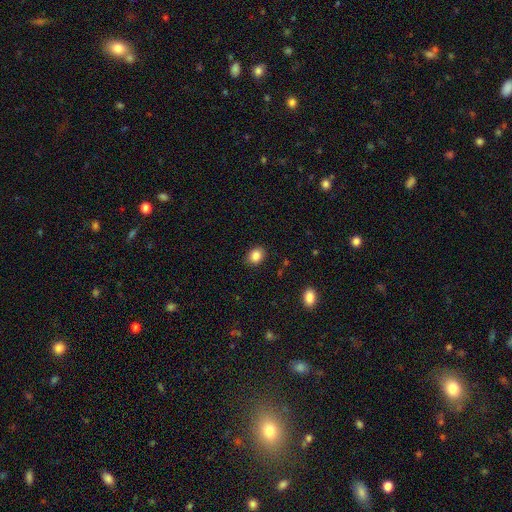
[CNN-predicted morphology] Smooth or featured: smooth — 85% (star or artifact — 10%)
How rounded: in between — 53% (round — 46%)
Merging: none — 87% (minor disturbance — 10%)